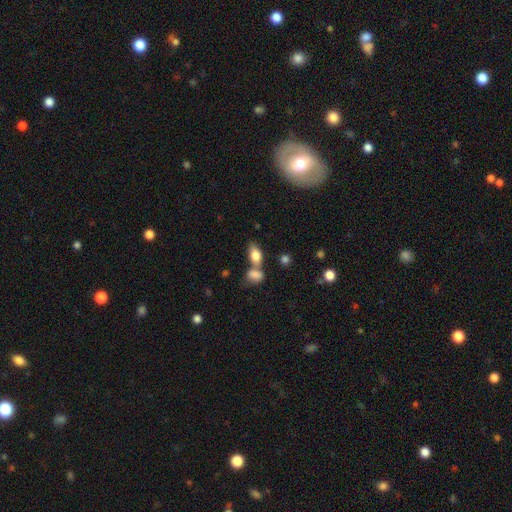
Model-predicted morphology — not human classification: Q: Smooth or featured?
A: smooth (77%); runner-up: featured or disk (15%)
Q: How rounded?
A: in between (83%); runner-up: round (10%)
Q: Merging?
A: none (43%); runner-up: merger (39%)